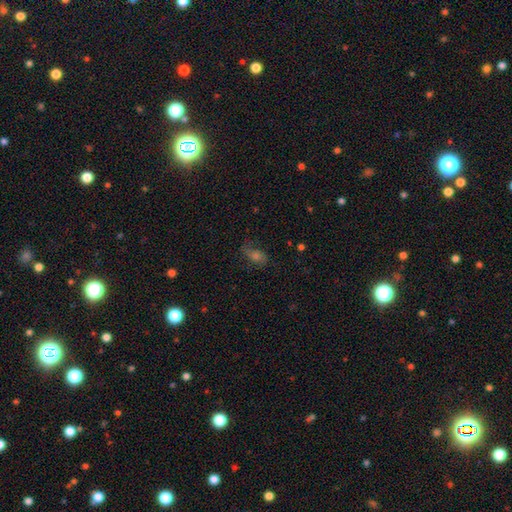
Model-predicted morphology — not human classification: This appears to be a smooth galaxy with no disk features (40%). Merging: none (64%).